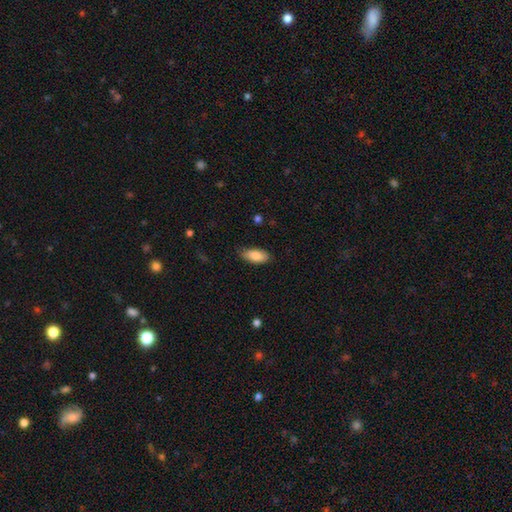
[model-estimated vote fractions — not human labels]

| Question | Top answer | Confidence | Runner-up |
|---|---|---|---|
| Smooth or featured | smooth | 86% | featured or disk (8%) |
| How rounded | in between | 86% | cigar-shaped (11%) |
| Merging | none | 80% | minor disturbance (17%) |